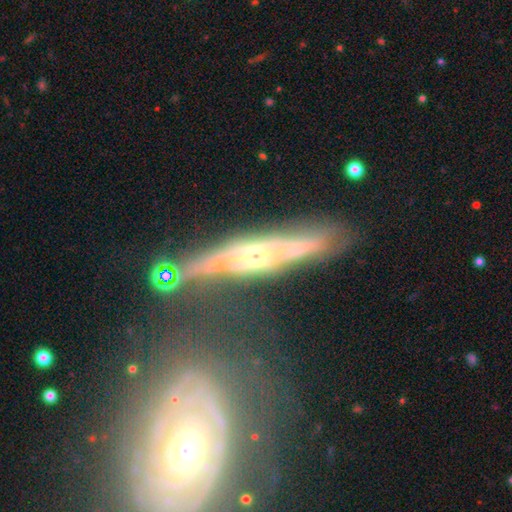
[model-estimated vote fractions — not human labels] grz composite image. It shows a featured or disk galaxy (80%) viewed edge-on (67%) with a rounded central bulge (69%). Merging: none (52%).